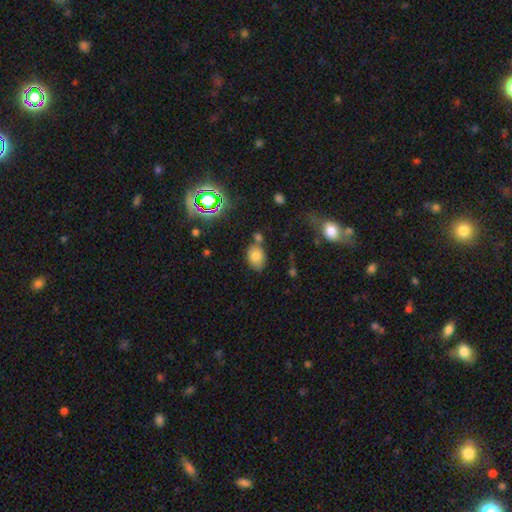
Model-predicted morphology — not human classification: The model was most divided on "merging": none: 65%, minor disturbance: 16%, merger: 14%, major disturbance: 5%. More confident: smooth or featured — smooth (75%); how rounded — in between (74%).